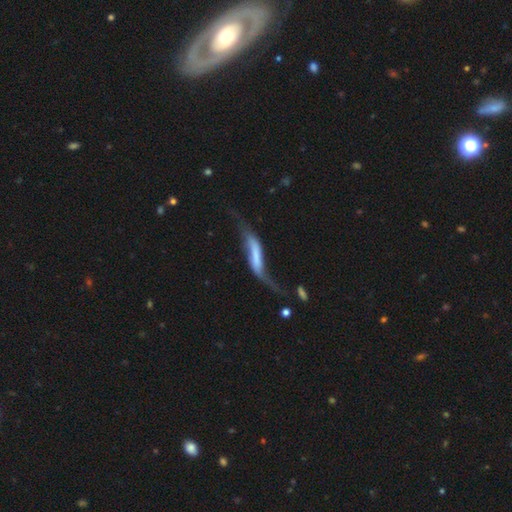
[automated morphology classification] A featured or disk galaxy (63%).

Vote fractions:
- Smooth or featured? featured or disk: 63% / smooth: 29% / star or artifact: 8%
- Edge-on disk? no: 70% / yes: 30%
- Merging? major disturbance: 35% / none: 34% / minor disturbance: 20% / merger: 10%